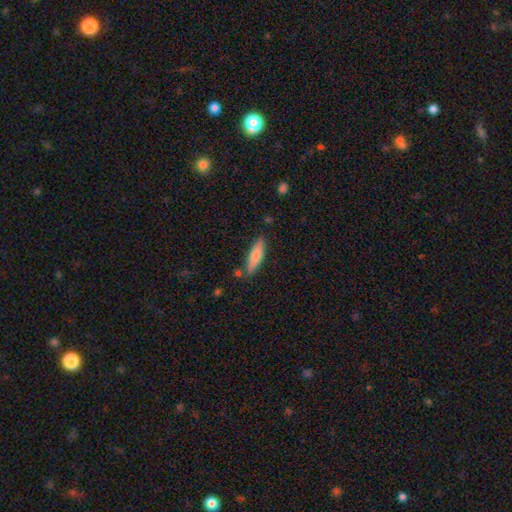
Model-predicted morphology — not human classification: Smooth or featured? Predicted: smooth (p=0.72). How rounded? Predicted: cigar-shaped (p=0.65). Merging? Predicted: none (p=0.80).